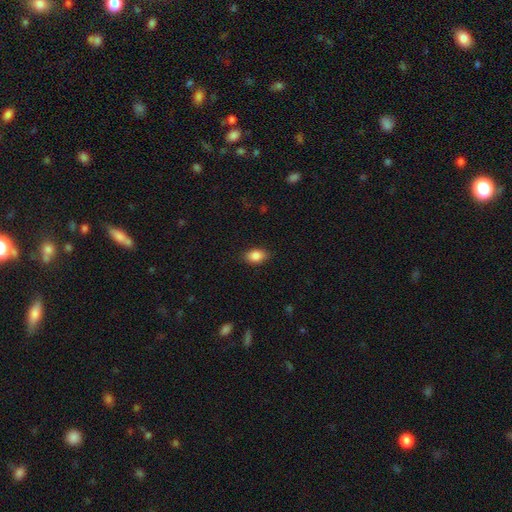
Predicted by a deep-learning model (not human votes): smooth_or_featured: smooth (p=0.87) [alt: star or artifact p=0.08]
how_rounded: in between (p=0.85) [alt: round p=0.13]
merging: none (p=0.85) [alt: minor disturbance p=0.11]